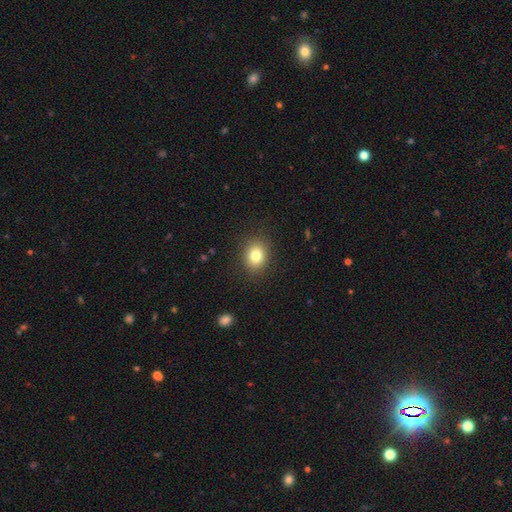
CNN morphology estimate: type=smooth (81%); roundness=round (60%); merging=none (88%).